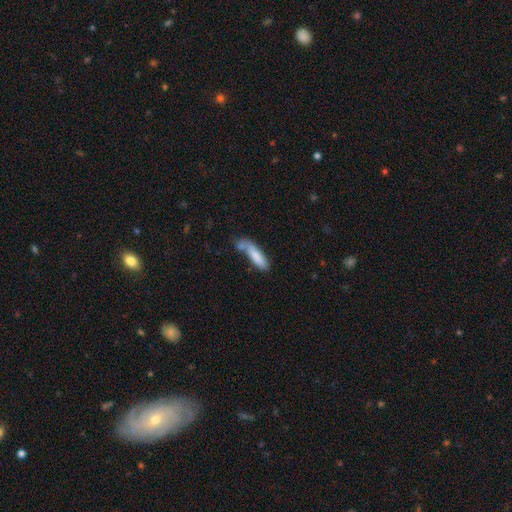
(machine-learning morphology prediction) Smooth or featured? smooth (79%)
How rounded? cigar-shaped (61%)
Merging? none (39%)